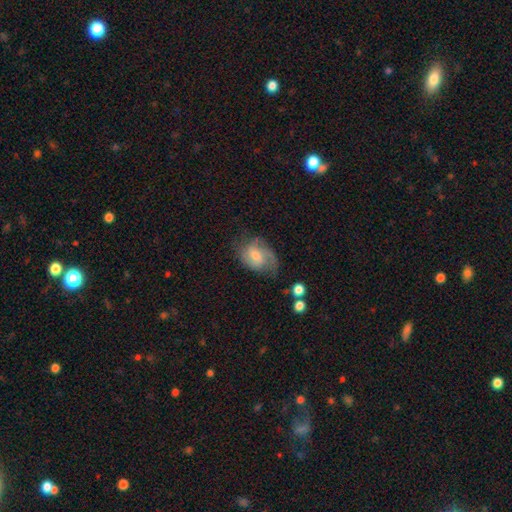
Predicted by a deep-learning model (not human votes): This is likely a featured or disk galaxy (63%). It is clearly not viewed edge-on (97%). Bar: possibly no (48%). Spiral arm pattern: clearly yes (89%). Spiral arm count: possibly 2 (51%). Spiral winding: marginally medium (45%). Central bulge: possibly moderate (52%). Merging: possibly none (57%).